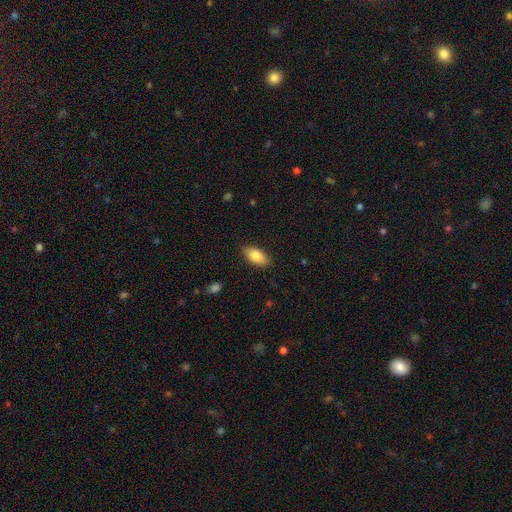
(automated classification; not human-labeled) Morphology: type=smooth (81%); roundness=in between (90%); merging=none (87%).